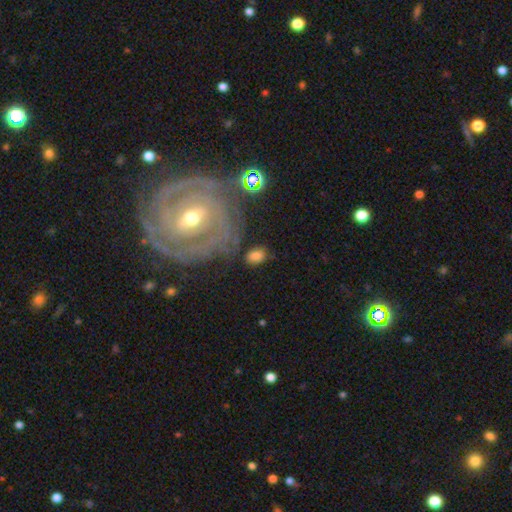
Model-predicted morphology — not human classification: A smooth galaxy with no disk features (69%) that is in between round and cigar-shaped (81%).

Vote fractions:
- Smooth or featured? smooth: 69% / featured or disk: 20% / star or artifact: 11%
- How rounded? in between: 81% / round: 17% / cigar-shaped: 2%
- Merging? none: 71% / minor disturbance: 16% / major disturbance: 8% / merger: 6%